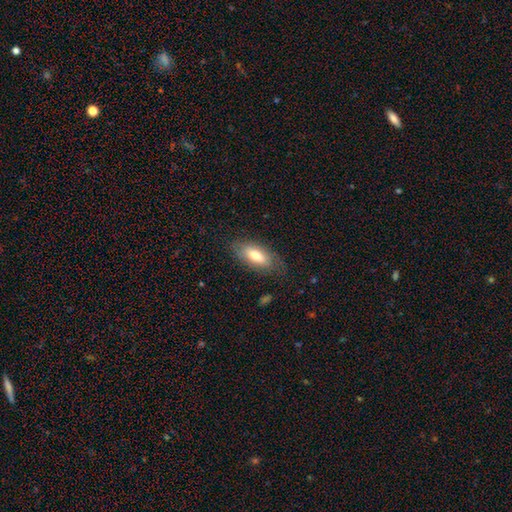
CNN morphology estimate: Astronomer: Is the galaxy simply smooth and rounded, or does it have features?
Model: smooth — 71%.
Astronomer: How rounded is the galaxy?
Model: in between — 85%.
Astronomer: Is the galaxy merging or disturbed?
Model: none — 76%.